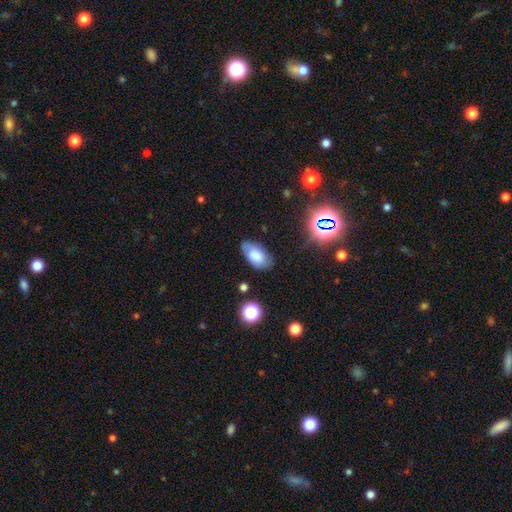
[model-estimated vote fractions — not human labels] Smooth or featured? Predicted: smooth (p=0.71). How rounded? Predicted: in between (p=0.93). Merging? Predicted: none (p=0.73).